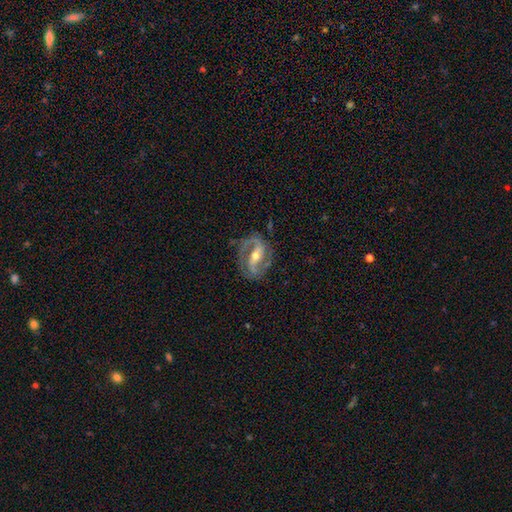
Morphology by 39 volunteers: Smooth or featured? featured or disk (92%)
Edge-on disk? no (97%)
Bar? strong (60%)
Spiral arms? yes (91%)
Spiral winding? tight (44%)
Spiral arm count? 2 (94%)
Bulge size? moderate (49%)
Merging? none (66%)